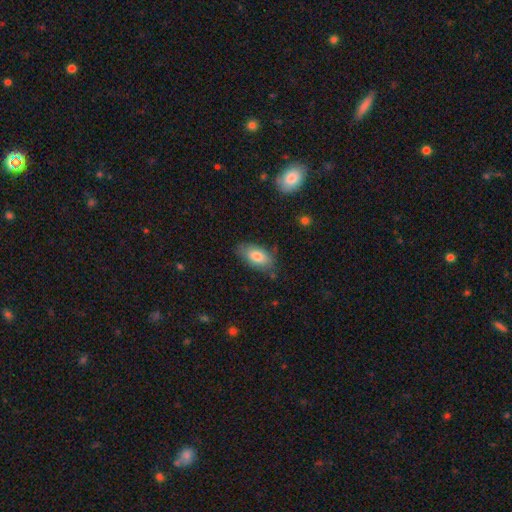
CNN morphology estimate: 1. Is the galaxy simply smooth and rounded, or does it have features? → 80% smooth, 13% featured or disk, 7% star or artifact.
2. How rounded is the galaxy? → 91% in between, 6% cigar-shaped, 3% round.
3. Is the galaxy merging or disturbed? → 76% none, 18% minor disturbance, 3% major disturbance, 2% merger.